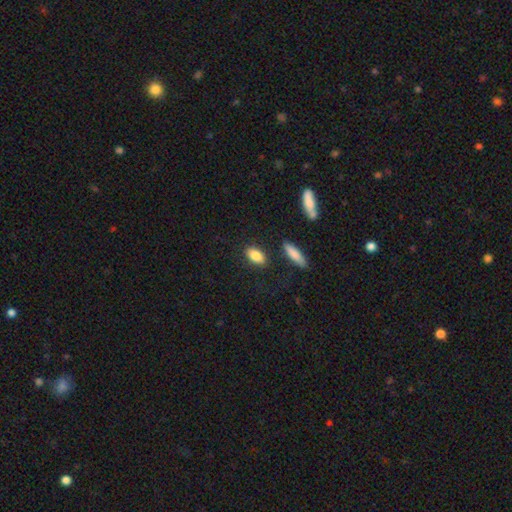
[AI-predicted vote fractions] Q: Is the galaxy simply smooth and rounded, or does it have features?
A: smooth — 86%.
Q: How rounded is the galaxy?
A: in between — 87%.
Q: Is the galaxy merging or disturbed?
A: none — 84%.